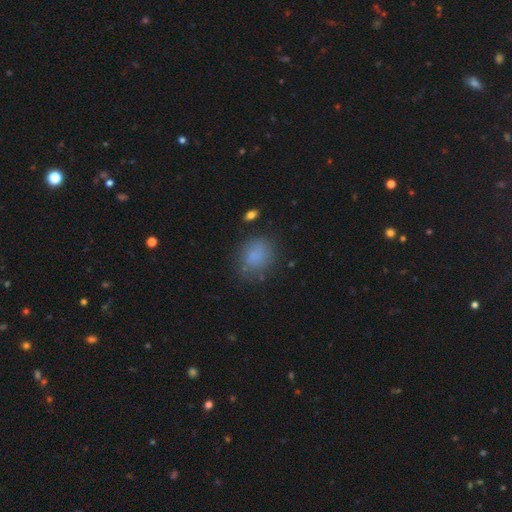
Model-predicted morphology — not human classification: A smooth galaxy with no disk features (80%) that is round (57%). Merging: none (73%).